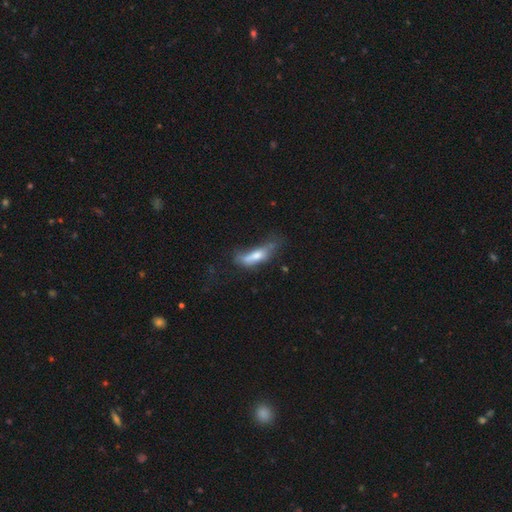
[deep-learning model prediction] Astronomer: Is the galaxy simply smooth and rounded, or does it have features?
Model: smooth — 48% (runner-up: featured or disk, 42%).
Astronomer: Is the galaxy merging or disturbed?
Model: major disturbance — 37% (runner-up: minor disturbance, 27%).